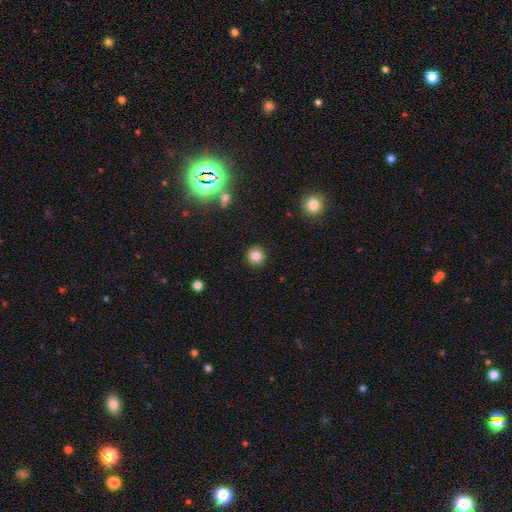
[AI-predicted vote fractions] Smooth or featured? smooth (82%)
How rounded? round (88%)
Merging? none (91%)